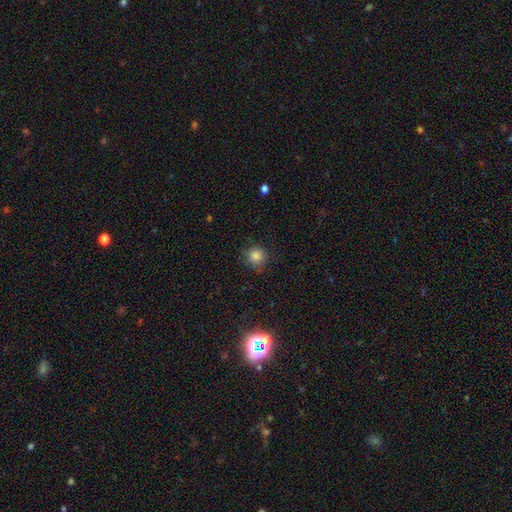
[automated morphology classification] Smooth or featured? Predicted: smooth (p=0.82). How rounded? Predicted: round (p=0.92). Merging? Predicted: none (p=0.82).